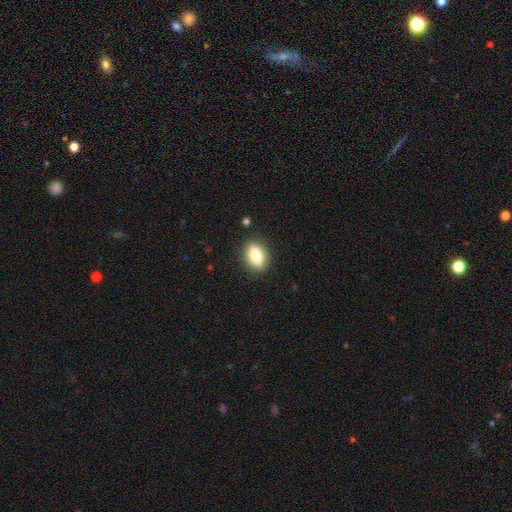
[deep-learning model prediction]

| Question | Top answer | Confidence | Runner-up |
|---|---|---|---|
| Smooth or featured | smooth | 79% | featured or disk (13%) |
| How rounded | in between | 80% | round (14%) |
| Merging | none | 87% | minor disturbance (10%) |